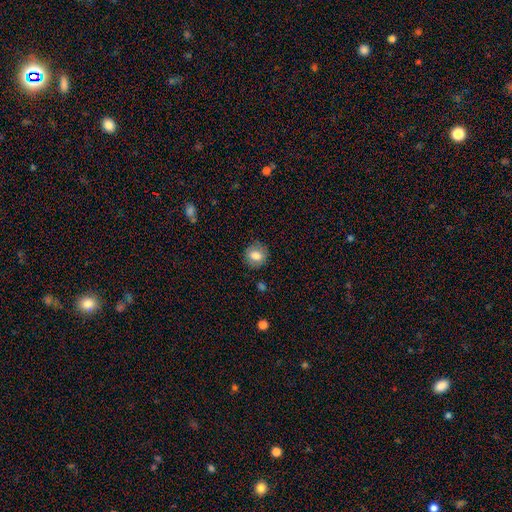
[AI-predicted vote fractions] This is likely a smooth galaxy (78%). How rounded: clearly round (82%). Merging: clearly none (85%).